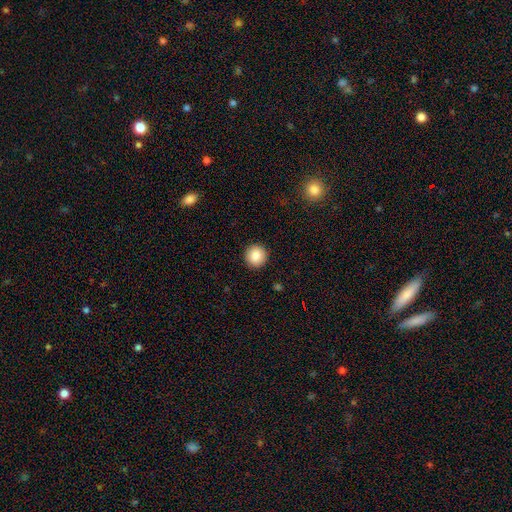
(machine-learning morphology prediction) The model was most divided on "smooth or featured": smooth: 86%, star or artifact: 8%, featured or disk: 5%. More confident: how rounded — round (94%); merging — none (92%).